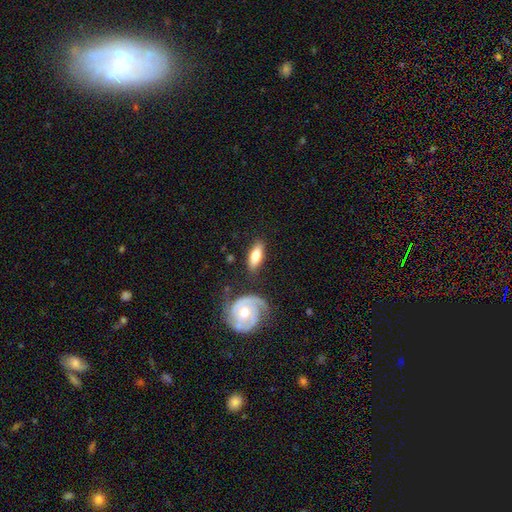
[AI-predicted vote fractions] This is likely a smooth galaxy (66%). How rounded: likely in between (73%). Merging: likely none (74%).